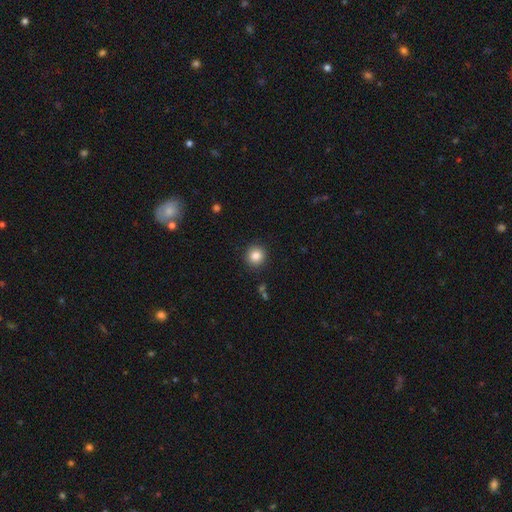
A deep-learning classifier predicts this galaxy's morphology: type=smooth (85%); roundness=round (92%); merging=none (90%).